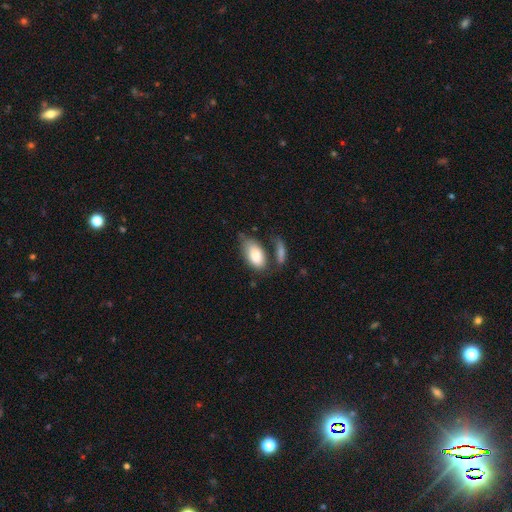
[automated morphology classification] Smooth or featured?
  - smooth: 83% *
  - featured or disk: 11%
  - star or artifact: 6%
How rounded?
  - in between: 93% *
  - round: 4%
  - cigar-shaped: 3%
Merging?
  - none: 44% *
  - minor disturbance: 24%
  - merger: 20%
  - major disturbance: 12%